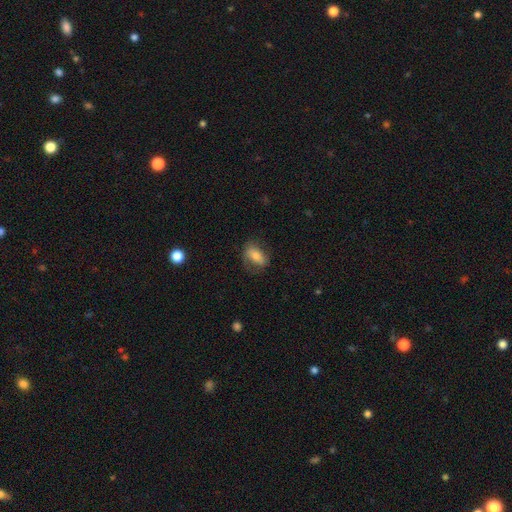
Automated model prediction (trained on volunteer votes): Smooth or featured?
  - smooth: 62% *
  - featured or disk: 30%
  - star or artifact: 8%
How rounded?
  - in between: 83% *
  - round: 11%
  - cigar-shaped: 6%
Merging?
  - none: 64% *
  - minor disturbance: 22%
  - major disturbance: 13%
  - merger: 1%